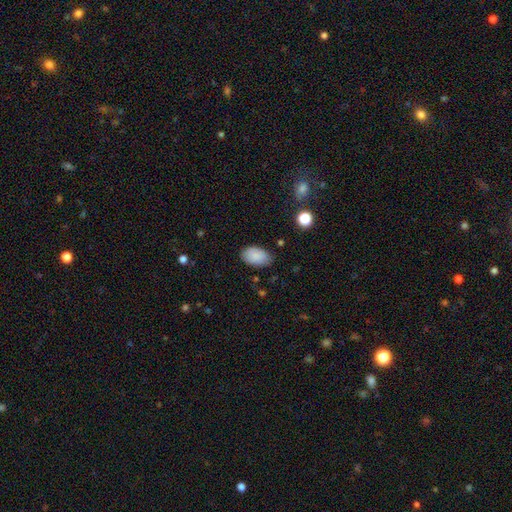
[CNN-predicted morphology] The model was most divided on "merging": none: 78%, minor disturbance: 18%, major disturbance: 3%, merger: 1%. More confident: how rounded — in between (93%); smooth or featured — smooth (88%).